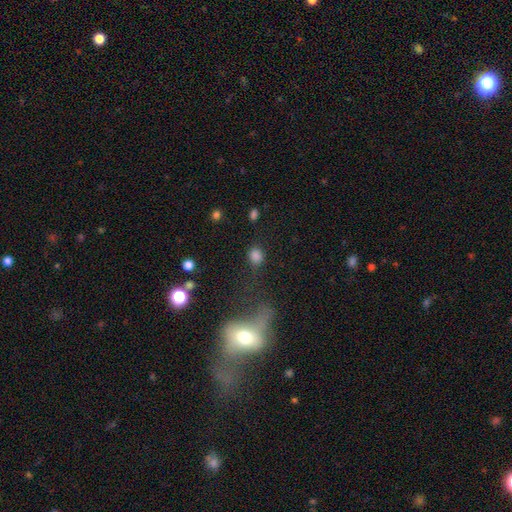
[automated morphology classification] Smooth or featured? Predicted: smooth (p=0.80). How rounded? Predicted: round (p=0.62). Merging? Predicted: none (p=0.65).